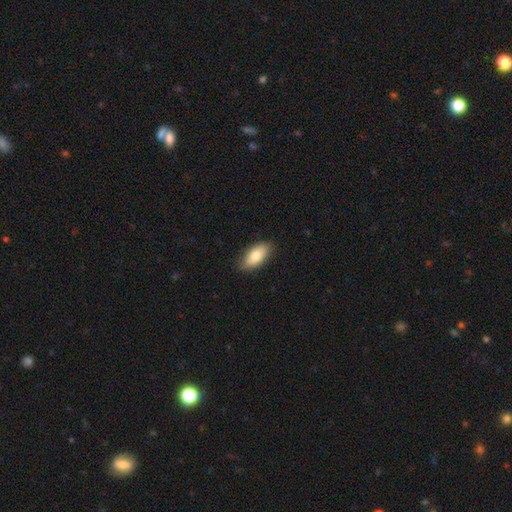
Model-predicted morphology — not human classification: Smooth or featured? Predicted: smooth (p=0.80). How rounded? Predicted: in between (p=0.89). Merging? Predicted: none (p=0.86).